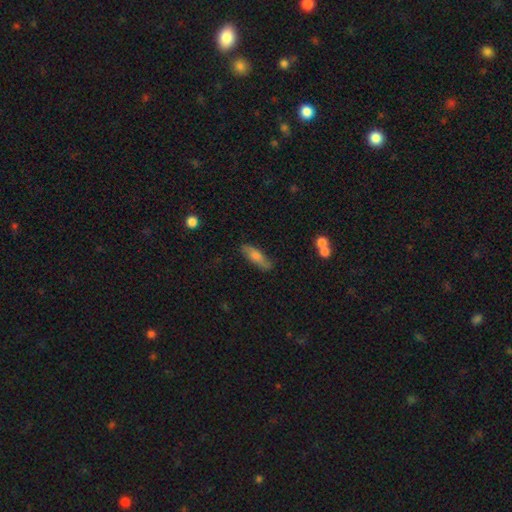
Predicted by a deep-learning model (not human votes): Morphology: type=smooth (67%); roundness=cigar-shaped (55%); merging=none (81%).